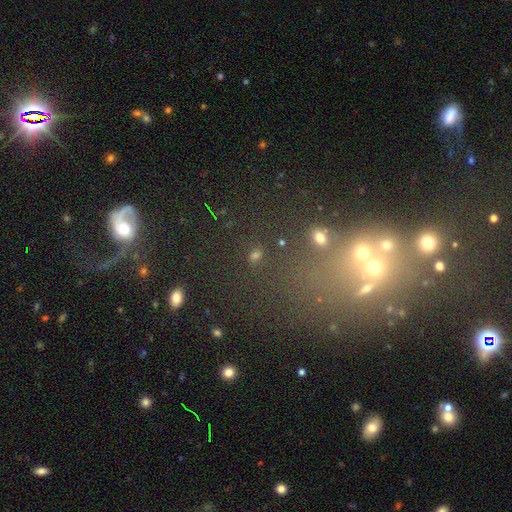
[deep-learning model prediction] A smooth galaxy with no disk features (53%) that is round (57%). Merging: none (73%).